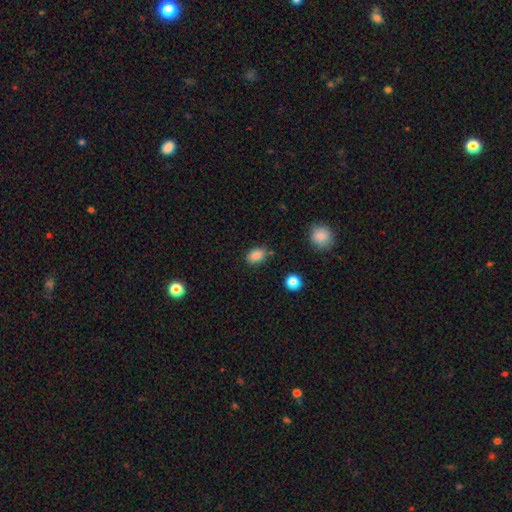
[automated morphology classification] Smooth or featured? Predicted: smooth (p=0.86). How rounded? Predicted: in between (p=0.79). Merging? Predicted: none (p=0.80).